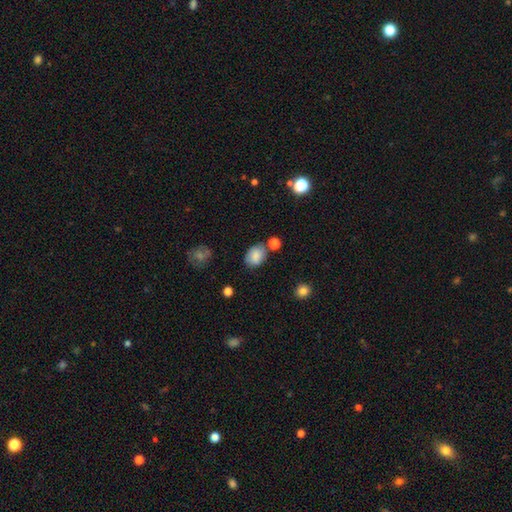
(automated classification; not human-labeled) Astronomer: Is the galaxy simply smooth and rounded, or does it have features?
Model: smooth — 79%.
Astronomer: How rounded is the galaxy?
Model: in between — 76%.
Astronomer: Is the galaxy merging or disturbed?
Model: none — 68%.